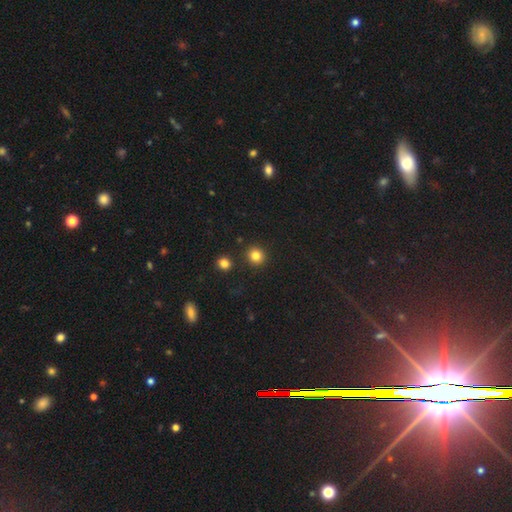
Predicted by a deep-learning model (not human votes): Q: Smooth or featured?
A: smooth (82%); runner-up: star or artifact (12%)
Q: How rounded?
A: round (90%); runner-up: in between (9%)
Q: Merging?
A: none (89%); runner-up: minor disturbance (6%)